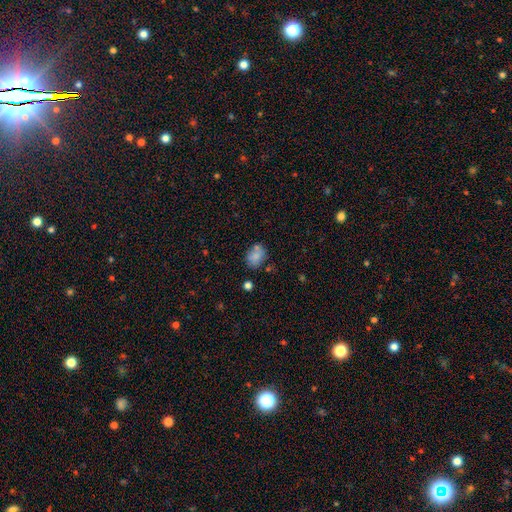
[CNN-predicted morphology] Smooth or featured?
  - smooth: 77% *
  - featured or disk: 13%
  - star or artifact: 10%
How rounded?
  - in between: 61% *
  - round: 38%
  - cigar-shaped: 1%
Merging?
  - none: 60% *
  - minor disturbance: 19%
  - merger: 16%
  - major disturbance: 6%